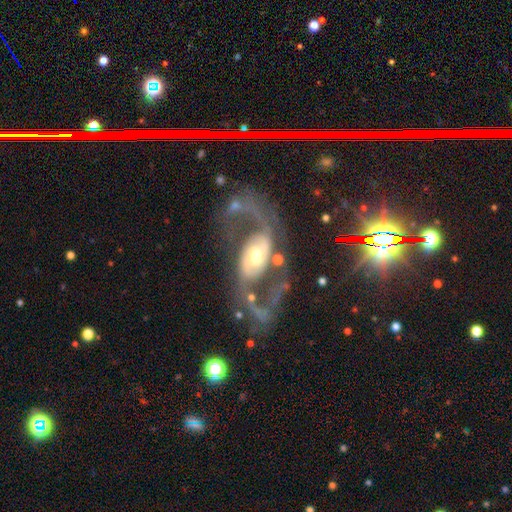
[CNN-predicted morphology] This appears to be a featured or disk galaxy (86%) with no bar (49%), 2 (90%) loose (59%) spiral arms (91%) and a moderate central bulge (57%). Merging: none (52%).